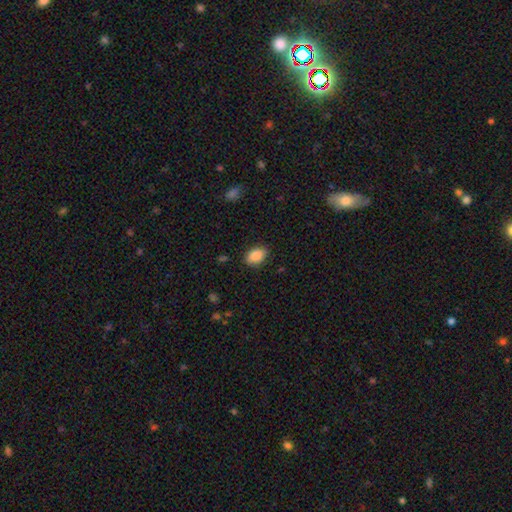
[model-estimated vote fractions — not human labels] smooth_or_featured: smooth (p=0.86) [alt: star or artifact p=0.08]
how_rounded: in between (p=0.86) [alt: round p=0.13]
merging: none (p=0.85) [alt: minor disturbance p=0.11]